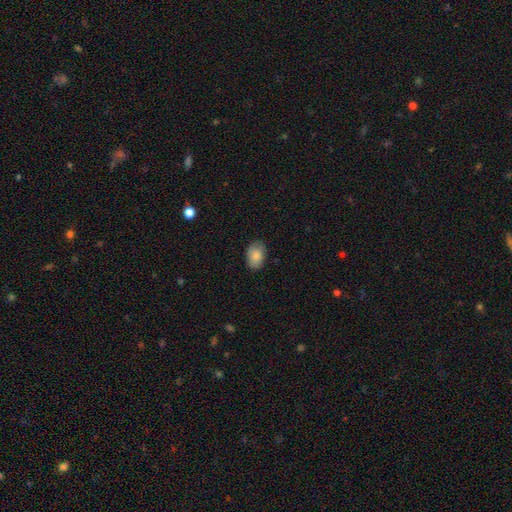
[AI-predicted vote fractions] smooth 86%, featured or disk 7%, star or artifact 7%. Down the decision tree: how rounded — in between (85%); merging — none (82%).